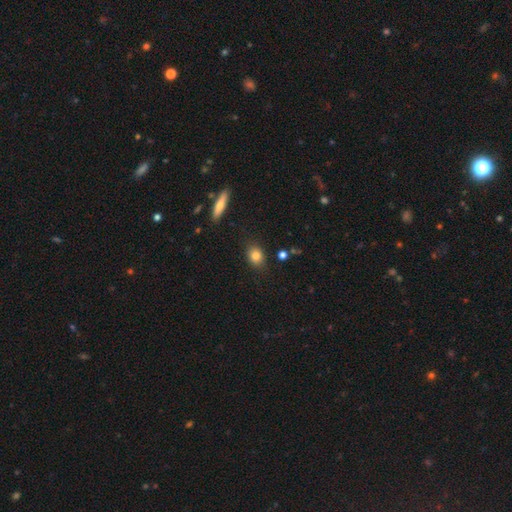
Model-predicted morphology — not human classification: This is clearly a smooth galaxy (82%). How rounded: possibly in between (52%). Merging: clearly none (84%).